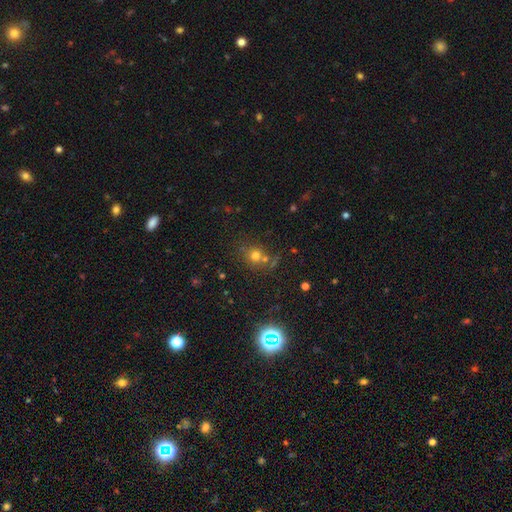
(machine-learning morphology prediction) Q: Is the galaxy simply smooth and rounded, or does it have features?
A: smooth — 66%.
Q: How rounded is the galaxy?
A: round — 85%.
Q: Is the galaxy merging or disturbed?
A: none — 63%.